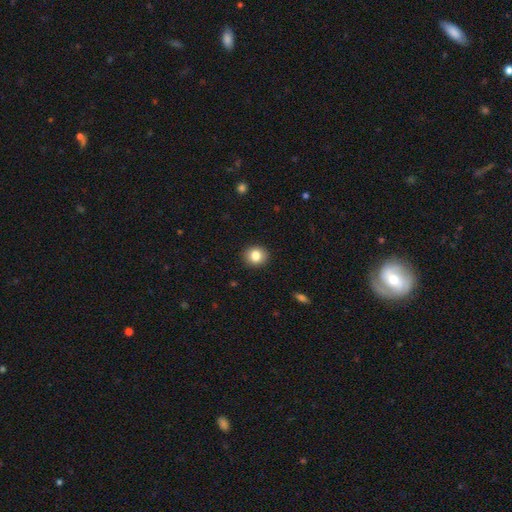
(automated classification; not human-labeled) Q: Smooth or featured?
A: smooth (83%); runner-up: star or artifact (10%)
Q: How rounded?
A: round (82%); runner-up: in between (17%)
Q: Merging?
A: none (91%); runner-up: minor disturbance (6%)